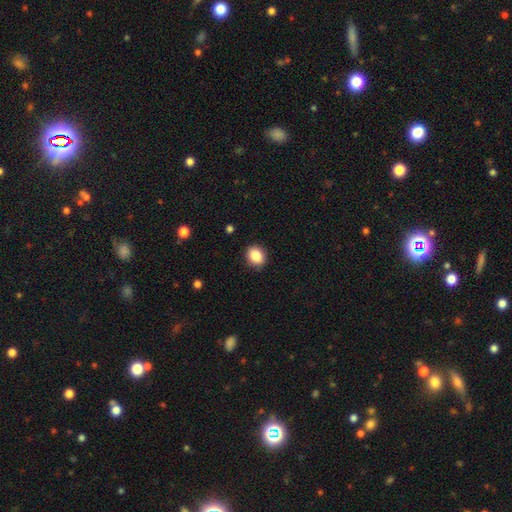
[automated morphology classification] A smooth galaxy with no disk features (86%) that is round (63%). Merging: none (89%).